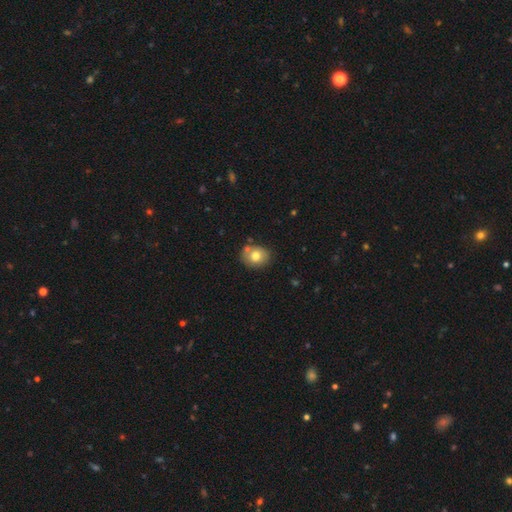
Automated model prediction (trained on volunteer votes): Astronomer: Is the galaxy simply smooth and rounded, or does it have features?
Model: smooth — 74%.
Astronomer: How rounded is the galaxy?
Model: round — 59% (runner-up: in between, 40%).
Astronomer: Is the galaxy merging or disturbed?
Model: none — 70%.